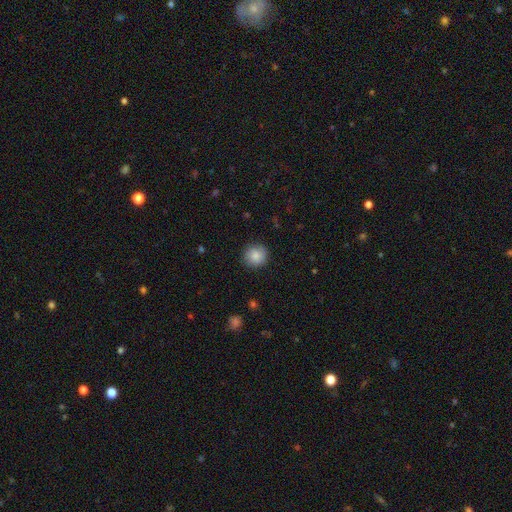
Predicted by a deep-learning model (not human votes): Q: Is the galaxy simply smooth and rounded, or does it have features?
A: smooth — 87%.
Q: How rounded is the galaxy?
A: round — 92%.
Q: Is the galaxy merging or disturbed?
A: none — 89%.